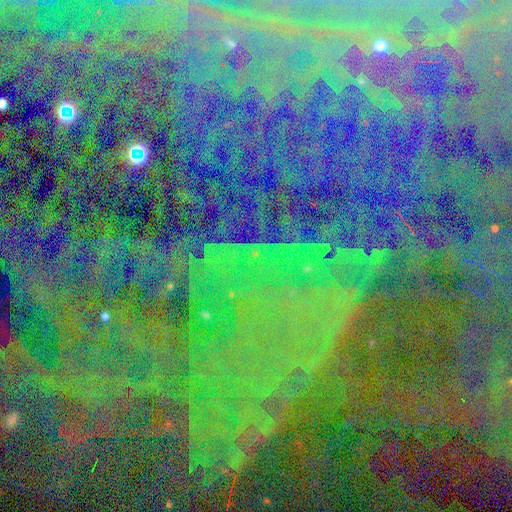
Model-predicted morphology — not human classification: Smooth or featured? star or artifact (85%)